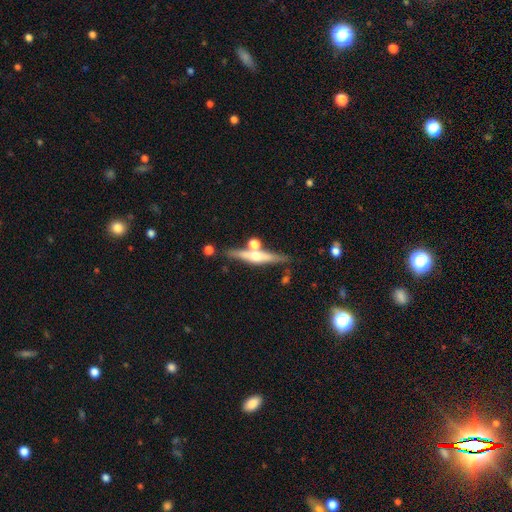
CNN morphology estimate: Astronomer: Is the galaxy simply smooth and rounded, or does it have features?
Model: featured or disk — 64%.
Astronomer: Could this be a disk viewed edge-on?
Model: yes — 95%.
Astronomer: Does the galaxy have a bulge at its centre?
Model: rounded — 90%.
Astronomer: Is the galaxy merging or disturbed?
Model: none — 71%.